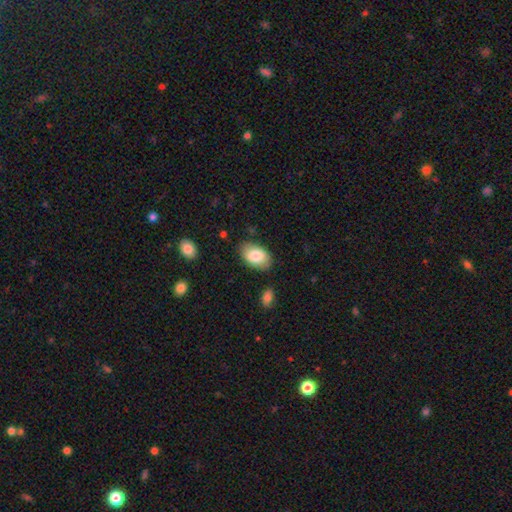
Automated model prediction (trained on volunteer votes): smooth 82%, featured or disk 12%, star or artifact 6%. Down the decision tree: how rounded — in between (93%); merging — none (83%).